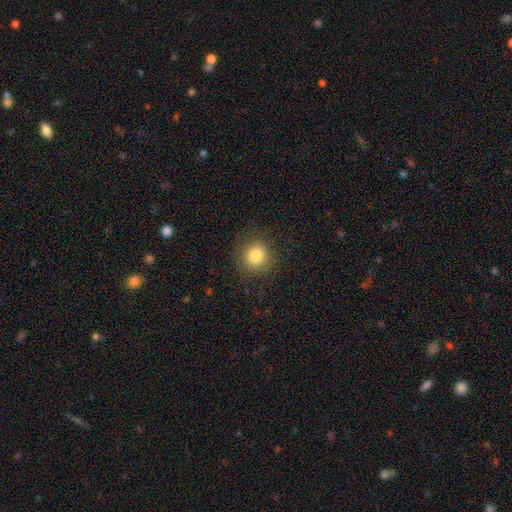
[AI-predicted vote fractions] This is clearly a smooth galaxy (82%). How rounded: clearly round (88%). Merging: clearly none (86%).